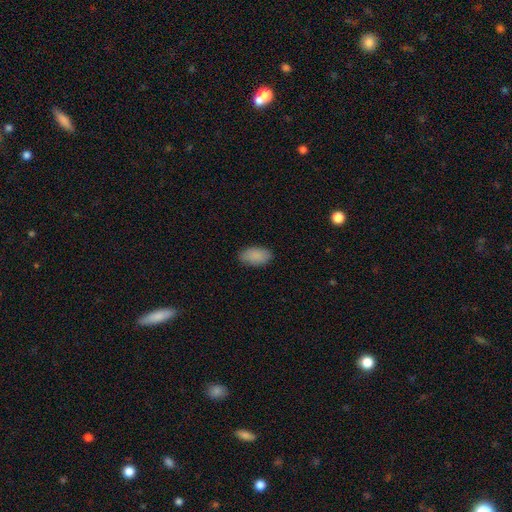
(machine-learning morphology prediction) Smooth or featured?
  - smooth: 89% *
  - star or artifact: 7%
  - featured or disk: 5%
How rounded?
  - in between: 94% *
  - round: 4%
  - cigar-shaped: 2%
Merging?
  - none: 84% *
  - minor disturbance: 12%
  - major disturbance: 2%
  - merger: 1%